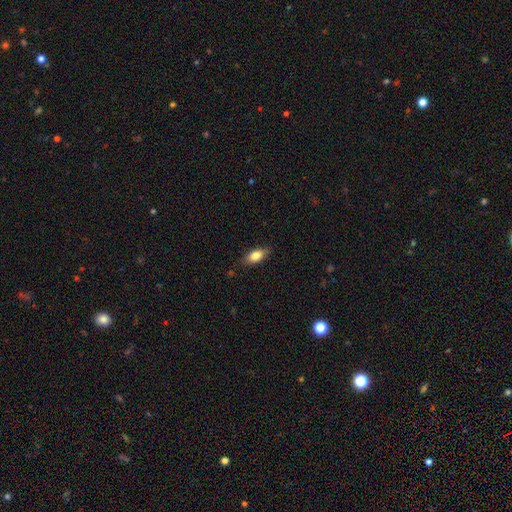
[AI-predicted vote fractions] Smooth or featured? smooth (79%)
How rounded? in between (83%)
Merging? none (82%)